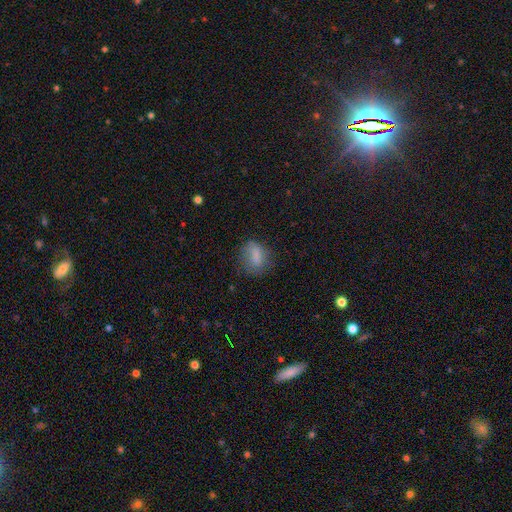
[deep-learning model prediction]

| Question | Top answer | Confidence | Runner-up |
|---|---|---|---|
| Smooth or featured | smooth | 76% | featured or disk (14%) |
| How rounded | in between | 62% | round (34%) |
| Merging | none | 63% | minor disturbance (24%) |